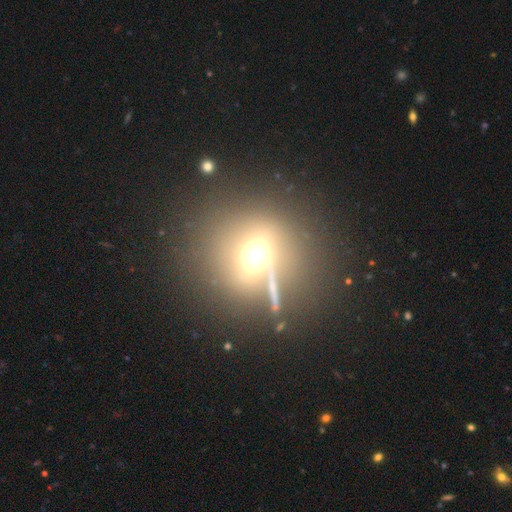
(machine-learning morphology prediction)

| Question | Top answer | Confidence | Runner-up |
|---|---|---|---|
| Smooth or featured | smooth | 41% | featured or disk (31%) |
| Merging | none | 69% | minor disturbance (12%) |